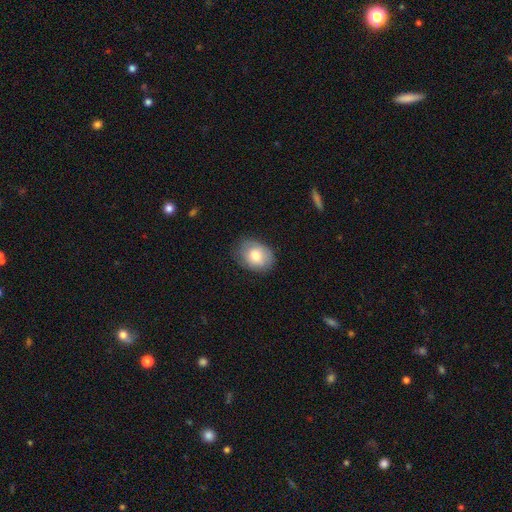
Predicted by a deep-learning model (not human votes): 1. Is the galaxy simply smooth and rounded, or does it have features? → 76% smooth, 17% featured or disk, 7% star or artifact.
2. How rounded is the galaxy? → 63% in between, 36% round, 1% cigar-shaped.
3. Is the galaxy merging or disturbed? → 75% none, 19% minor disturbance, 4% major disturbance, 1% merger.